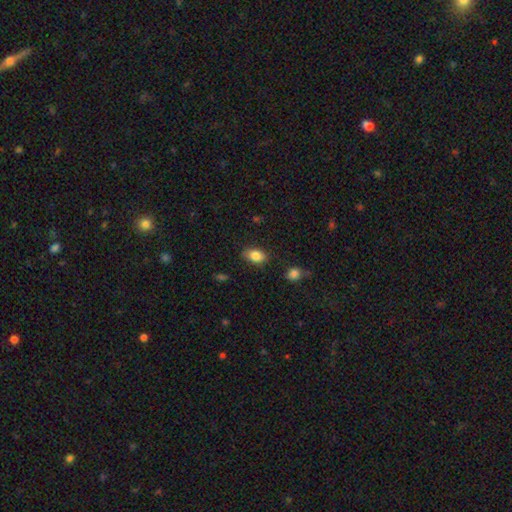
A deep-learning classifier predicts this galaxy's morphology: This is clearly a smooth galaxy (85%). How rounded: clearly in between (86%). Merging: clearly none (83%).